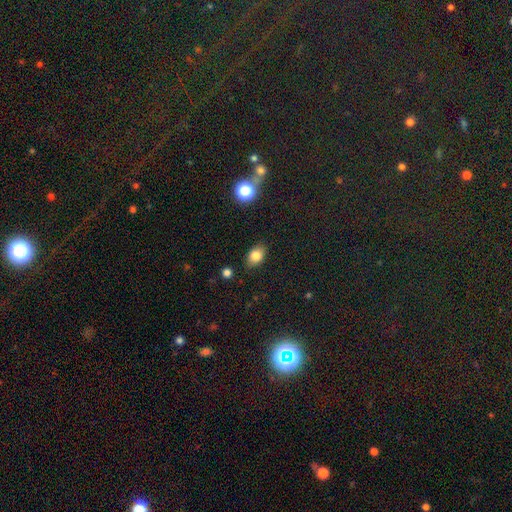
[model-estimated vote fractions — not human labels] Smooth or featured: smooth — 81% (star or artifact — 10%)
How rounded: in between — 80% (round — 18%)
Merging: none — 84% (minor disturbance — 12%)